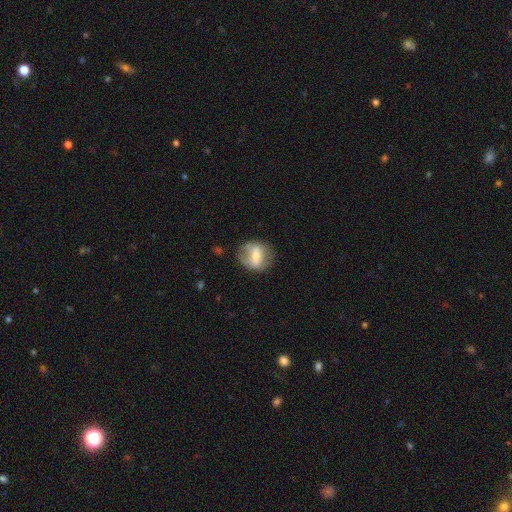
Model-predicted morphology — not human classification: A featured or disk galaxy (52%). Merging: none (65%).